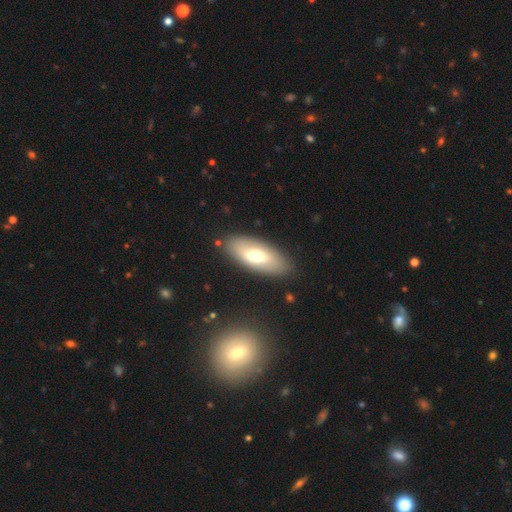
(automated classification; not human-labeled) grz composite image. It shows a smooth galaxy with no disk features (62%) that is in between round and cigar-shaped (86%). Merging: none (85%).